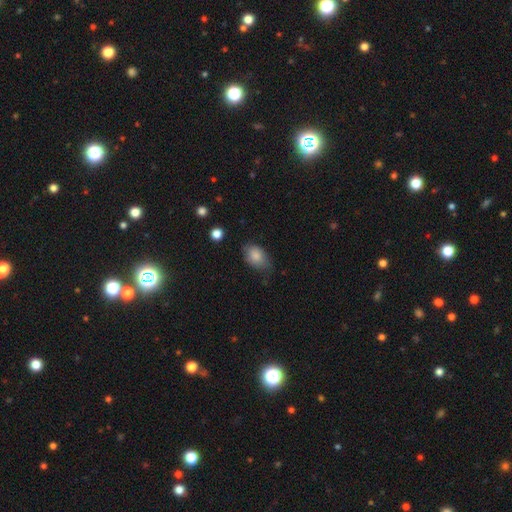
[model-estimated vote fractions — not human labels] smooth 81%, featured or disk 11%, star or artifact 7%. Down the decision tree: how rounded — in between (84%); merging — none (59%).